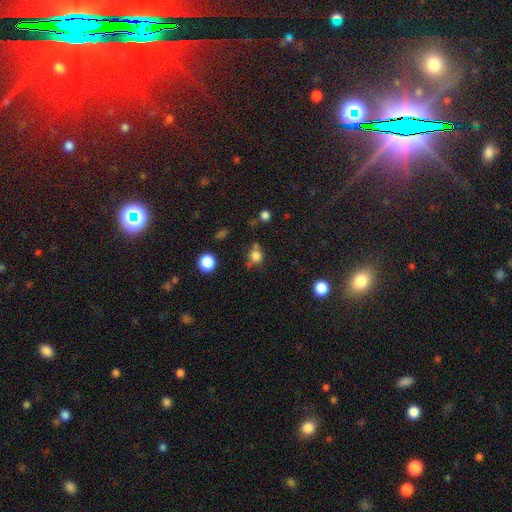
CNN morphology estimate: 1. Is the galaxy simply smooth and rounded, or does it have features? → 78% smooth, 16% star or artifact, 7% featured or disk.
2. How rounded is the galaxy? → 81% round, 18% in between, 1% cigar-shaped.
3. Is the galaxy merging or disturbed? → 59% none, 17% minor disturbance, 17% merger, 6% major disturbance.